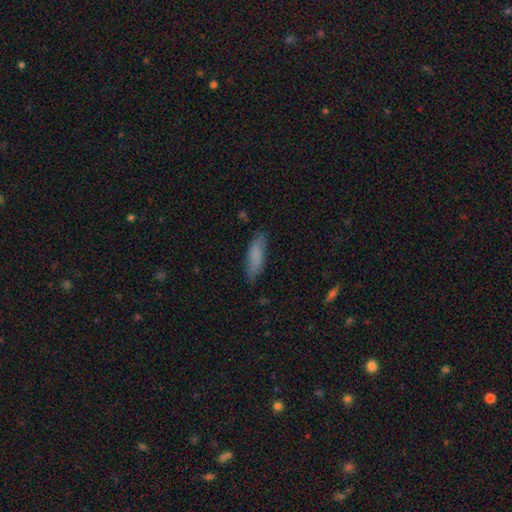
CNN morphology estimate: Overall: smooth (80%). How rounded: cigar-shaped (57%; in between 41%). Merging: none (80%).